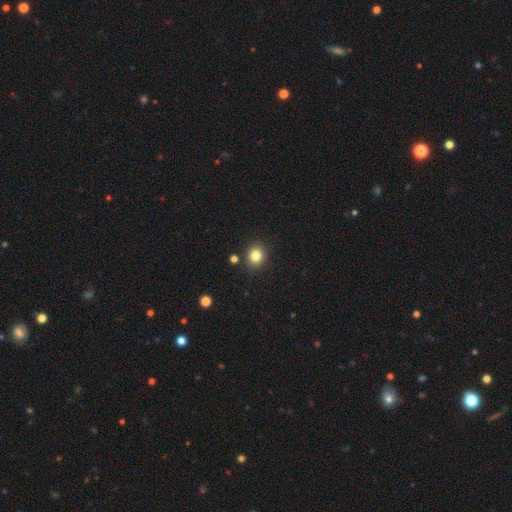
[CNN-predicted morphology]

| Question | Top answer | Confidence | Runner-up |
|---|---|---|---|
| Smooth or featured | smooth | 83% | star or artifact (11%) |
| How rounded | round | 76% | in between (23%) |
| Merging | none | 87% | minor disturbance (8%) |